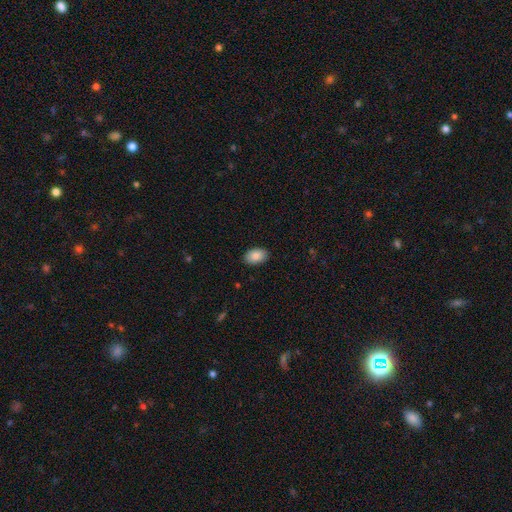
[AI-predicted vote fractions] A smooth galaxy with no disk features (88%) that is in between round and cigar-shaped (89%). Merging: none (88%).